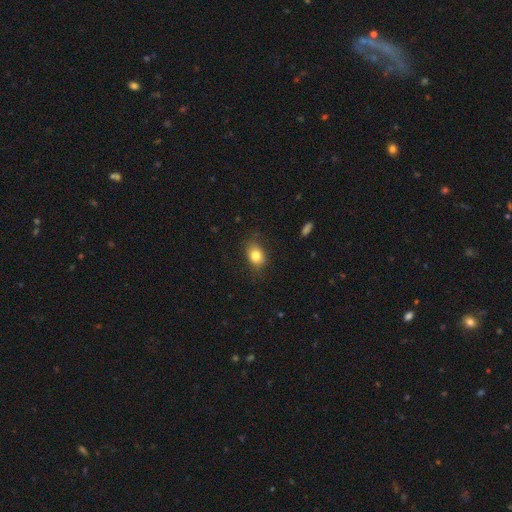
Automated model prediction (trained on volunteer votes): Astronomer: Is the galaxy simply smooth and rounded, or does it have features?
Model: smooth — 82%.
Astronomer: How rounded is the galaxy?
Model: in between — 69%.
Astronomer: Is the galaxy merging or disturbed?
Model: none — 79%.